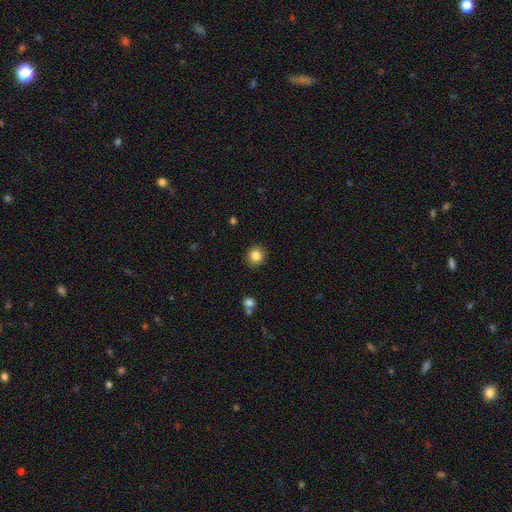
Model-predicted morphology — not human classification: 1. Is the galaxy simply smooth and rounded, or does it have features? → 84% smooth, 10% star or artifact, 6% featured or disk.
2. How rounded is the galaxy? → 84% round, 15% in between, 1% cigar-shaped.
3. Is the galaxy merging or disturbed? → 91% none, 6% minor disturbance, 2% major disturbance, 1% merger.